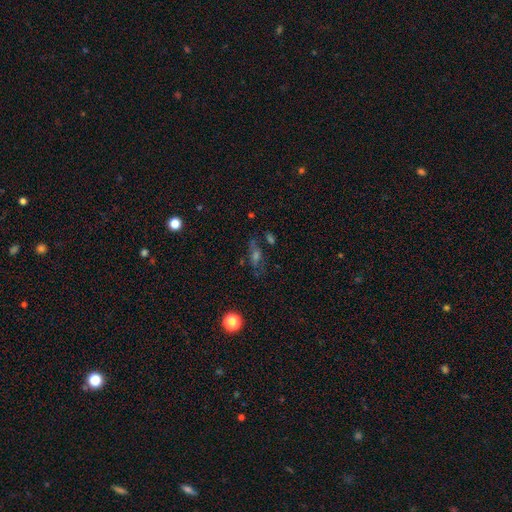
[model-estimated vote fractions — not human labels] Q: Smooth or featured?
A: featured or disk (40%); runner-up: smooth (31%)
Q: Merging?
A: none (66%); runner-up: minor disturbance (16%)